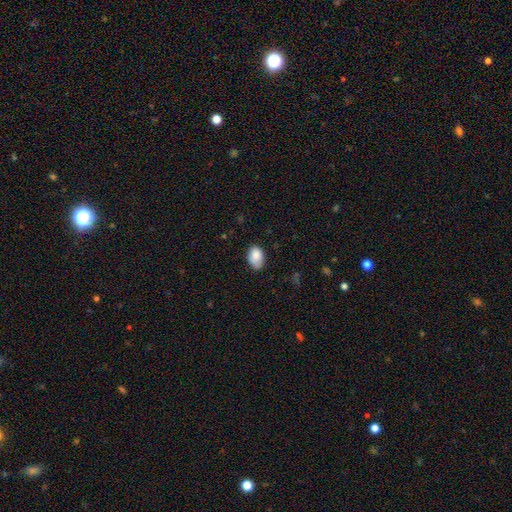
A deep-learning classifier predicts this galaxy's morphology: Overall: smooth (83%). How rounded: in between (86%). Merging: none (60%; minor disturbance 31%).